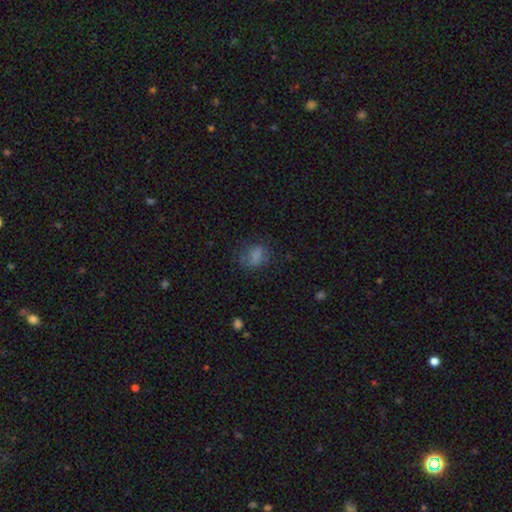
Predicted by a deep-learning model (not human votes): smooth-or-featured: smooth: 74% | star or artifact: 13% | featured or disk: 13%
  how-rounded: in between: 57% | round: 41% | cigar-shaped: 2%
  merging: none: 66% | minor disturbance: 21% | major disturbance: 12% | merger: 2%